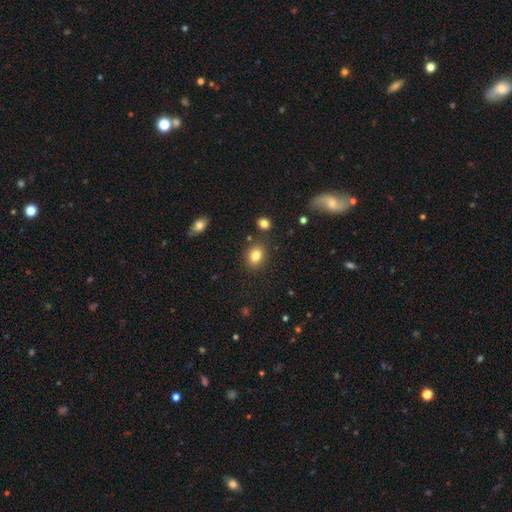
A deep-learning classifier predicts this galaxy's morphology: This is clearly a smooth galaxy (82%). How rounded: possibly in between (54%). Merging: clearly none (82%).